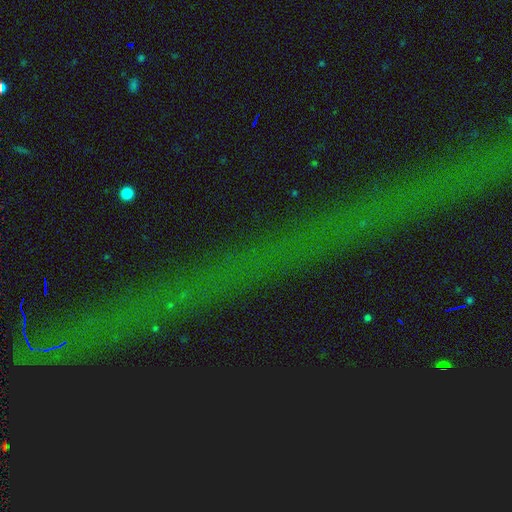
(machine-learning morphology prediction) Smooth or featured: star or artifact — 78% (featured or disk — 13%)